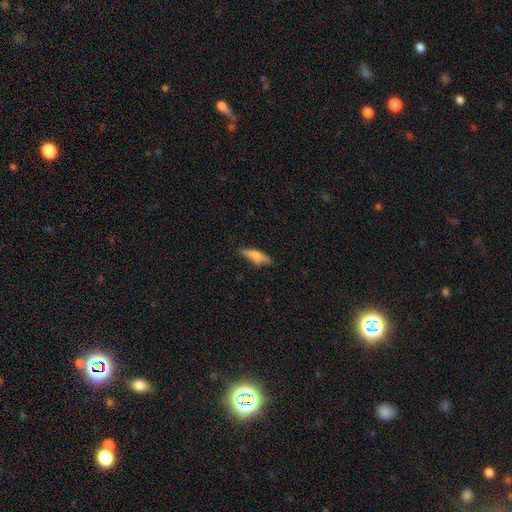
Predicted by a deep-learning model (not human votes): Smooth or featured? Predicted: smooth (p=0.70). How rounded? Predicted: cigar-shaped (p=0.63). Merging? Predicted: none (p=0.63).